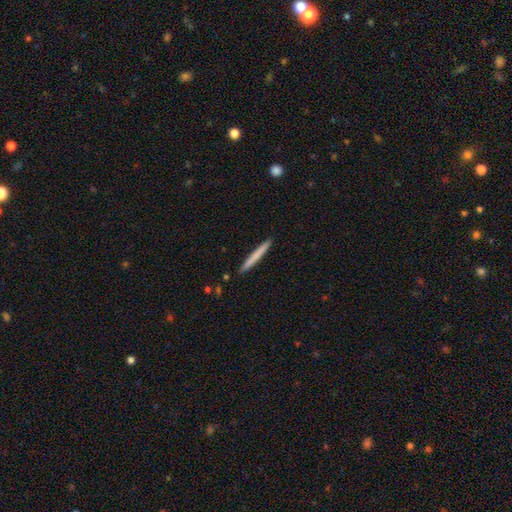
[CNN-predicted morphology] Q: Smooth or featured?
A: smooth (71%); runner-up: featured or disk (24%)
Q: How rounded?
A: cigar-shaped (97%); runner-up: in between (2%)
Q: Merging?
A: none (92%); runner-up: minor disturbance (6%)